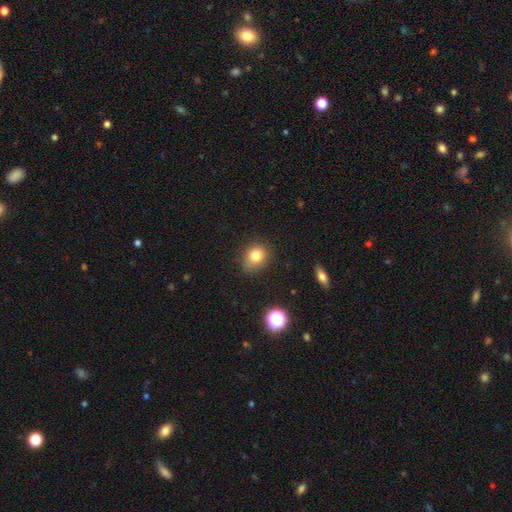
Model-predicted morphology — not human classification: Smooth or featured?
  - smooth: 80% *
  - star or artifact: 13%
  - featured or disk: 8%
How rounded?
  - round: 69% *
  - in between: 30%
  - cigar-shaped: 1%
Merging?
  - none: 75% *
  - minor disturbance: 19%
  - major disturbance: 4%
  - merger: 2%